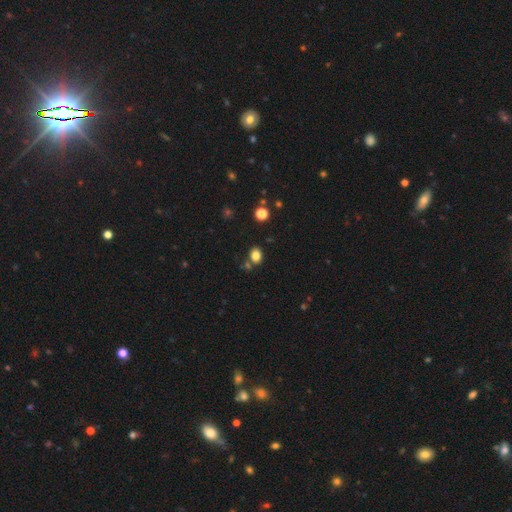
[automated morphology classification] This appears to be a smooth galaxy with no disk features (82%) that is in between round and cigar-shaped (56%). Merging: none (74%).